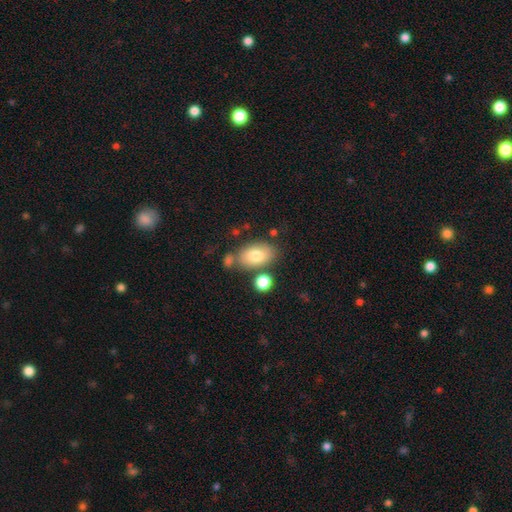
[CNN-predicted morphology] Smooth or featured? smooth (77%)
How rounded? in between (89%)
Merging? none (71%)